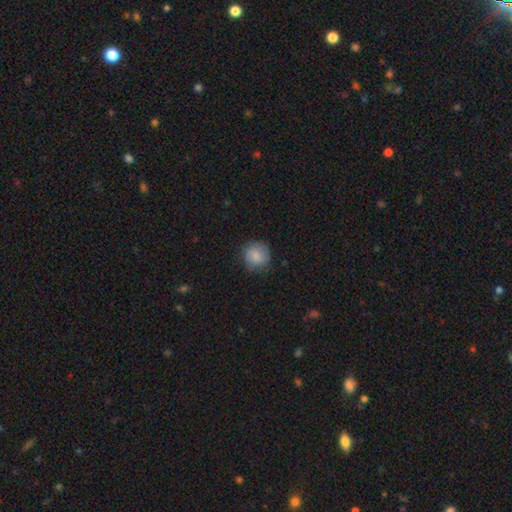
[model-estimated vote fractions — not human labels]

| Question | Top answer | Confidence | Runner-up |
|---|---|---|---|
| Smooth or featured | smooth | 84% | featured or disk (8%) |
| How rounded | round | 90% | in between (9%) |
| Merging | none | 81% | minor disturbance (14%) |